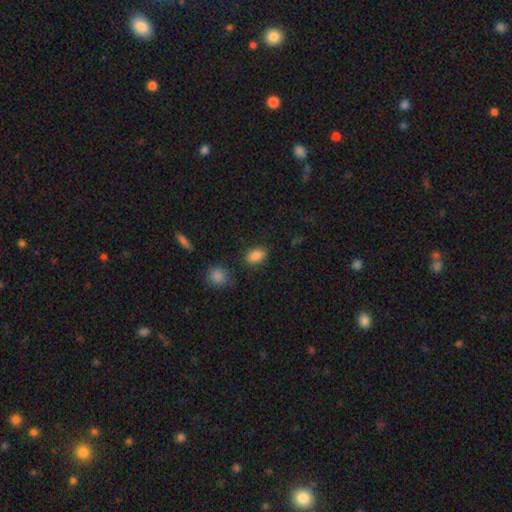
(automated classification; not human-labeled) smooth-or-featured: smooth: 86% | star or artifact: 9% | featured or disk: 5%
  how-rounded: in between: 85% | round: 13% | cigar-shaped: 2%
  merging: none: 82% | minor disturbance: 12% | major disturbance: 3% | merger: 3%